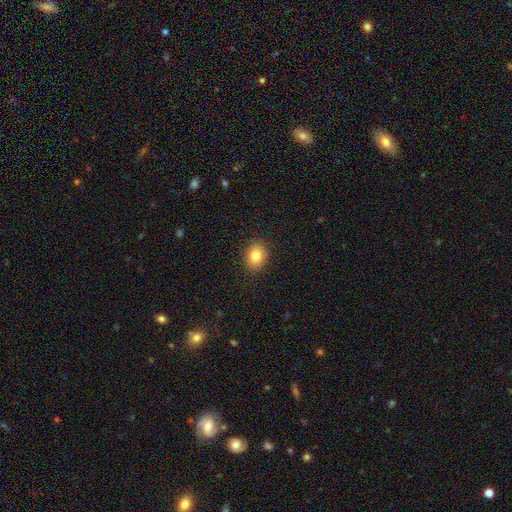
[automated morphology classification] Smooth or featured?
  - smooth: 81% *
  - star or artifact: 10%
  - featured or disk: 8%
How rounded?
  - round: 54% *
  - in between: 45%
  - cigar-shaped: 1%
Merging?
  - none: 89% *
  - minor disturbance: 8%
  - major disturbance: 2%
  - merger: 1%